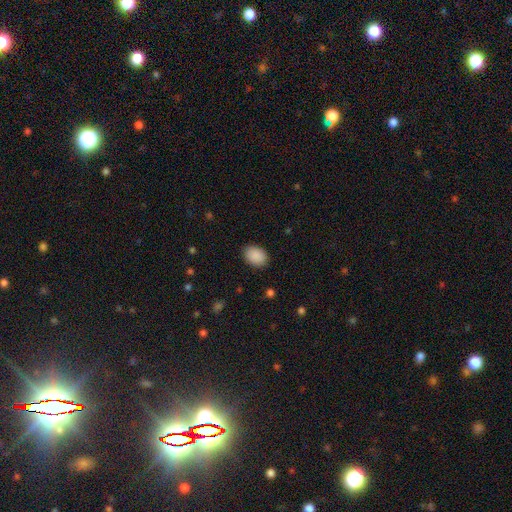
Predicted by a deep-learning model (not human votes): smooth-or-featured: smooth: 90% | star or artifact: 7% | featured or disk: 3%
  how-rounded: in between: 74% | round: 25% | cigar-shaped: 1%
  merging: none: 88% | minor disturbance: 9% | major disturbance: 2% | merger: 1%